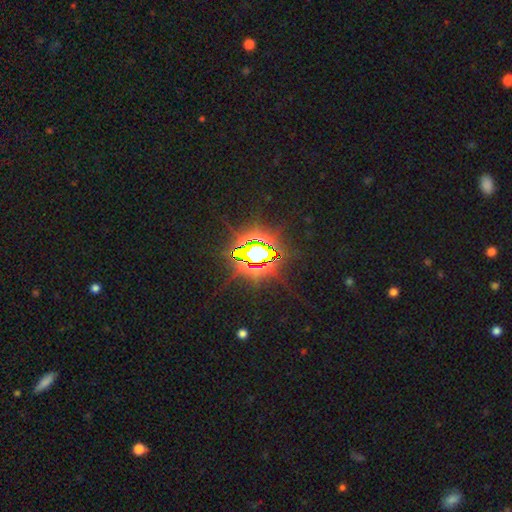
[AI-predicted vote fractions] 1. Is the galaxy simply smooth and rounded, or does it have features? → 81% star or artifact, 10% smooth, 9% featured or disk.